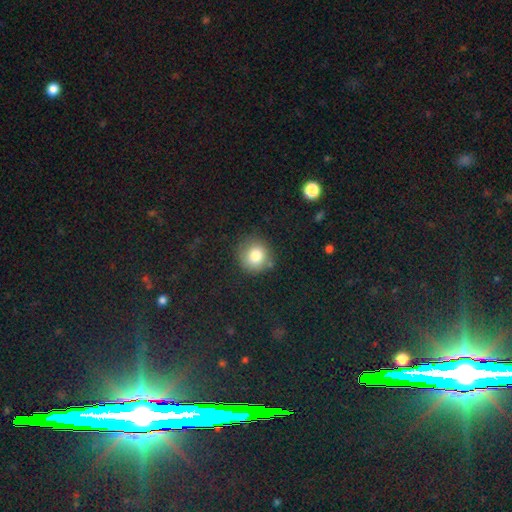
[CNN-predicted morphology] type=smooth (81%); roundness=round (90%); merging=none (79%).